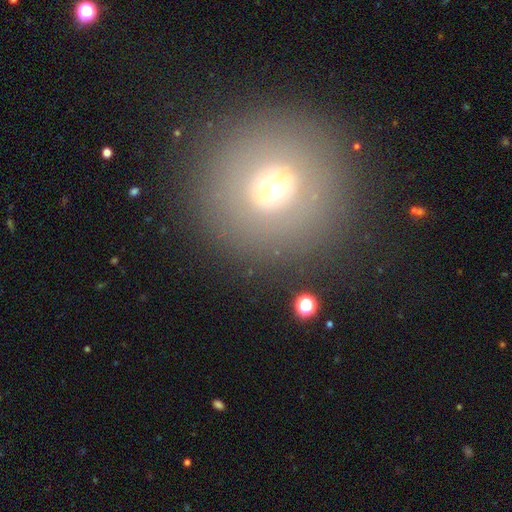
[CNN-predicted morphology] This is possibly a smooth galaxy (58%). How rounded: clearly round (94%). Merging: clearly none (85%).